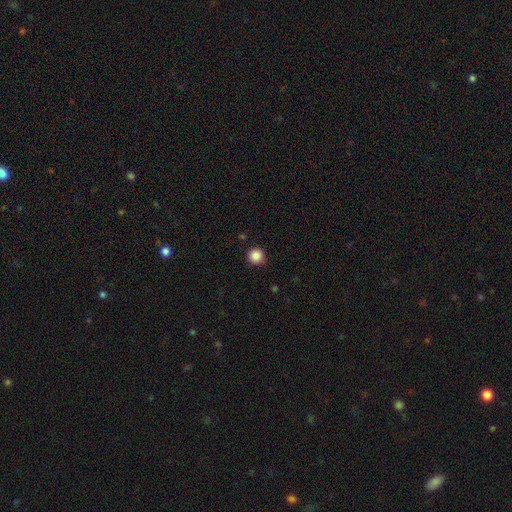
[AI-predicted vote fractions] Smooth or featured? Predicted: smooth (p=0.87). How rounded? Predicted: round (p=0.95). Merging? Predicted: none (p=0.90).